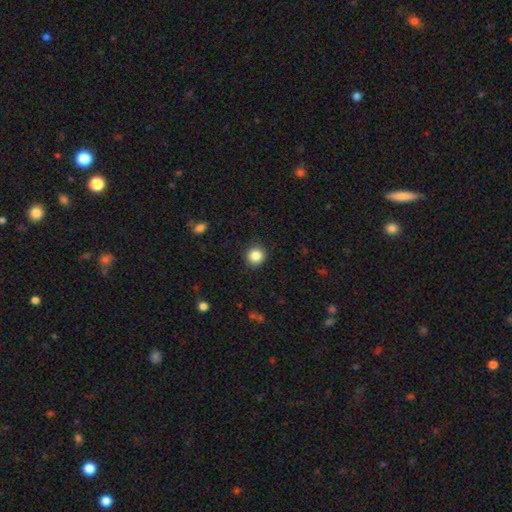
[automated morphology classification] Smooth or featured? Predicted: smooth (p=0.85). How rounded? Predicted: round (p=0.88). Merging? Predicted: none (p=0.88).